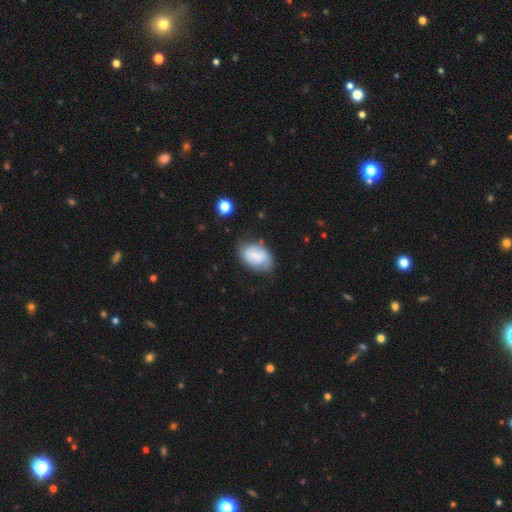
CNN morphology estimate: Smooth or featured? Predicted: smooth (p=0.55). How rounded? Predicted: in between (p=0.86). Merging? Predicted: none (p=0.59).